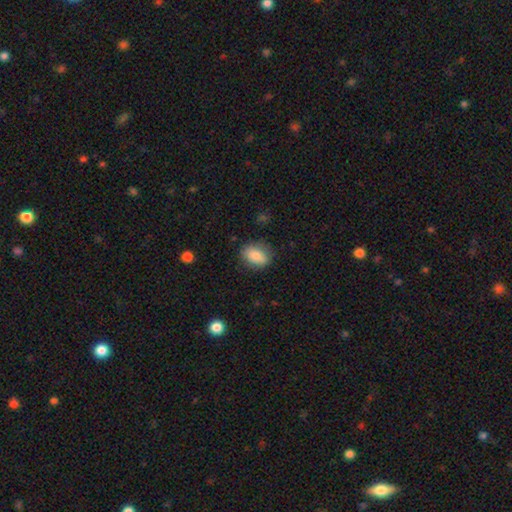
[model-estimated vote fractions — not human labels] This is clearly a smooth galaxy (82%). How rounded: likely in between (78%). Merging: likely none (80%).